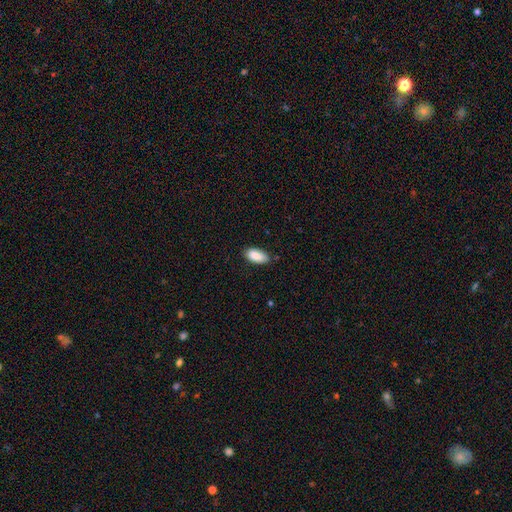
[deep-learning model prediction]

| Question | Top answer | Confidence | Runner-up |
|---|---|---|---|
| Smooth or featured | smooth | 89% | star or artifact (7%) |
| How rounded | in between | 92% | cigar-shaped (6%) |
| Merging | none | 78% | minor disturbance (18%) |